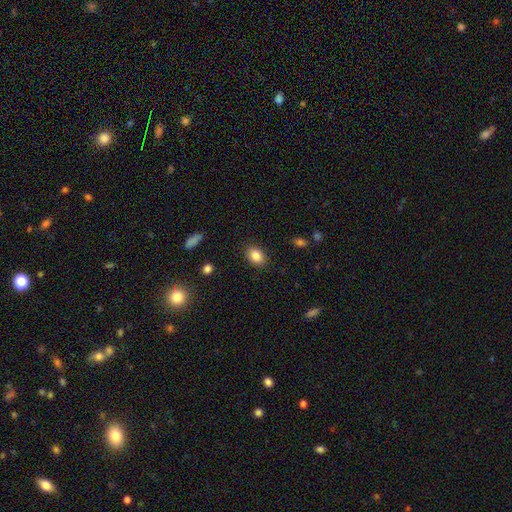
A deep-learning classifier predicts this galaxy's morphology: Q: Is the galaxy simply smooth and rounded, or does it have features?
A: smooth — 85%.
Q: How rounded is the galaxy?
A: in between — 76%.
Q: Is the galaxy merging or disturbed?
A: none — 87%.